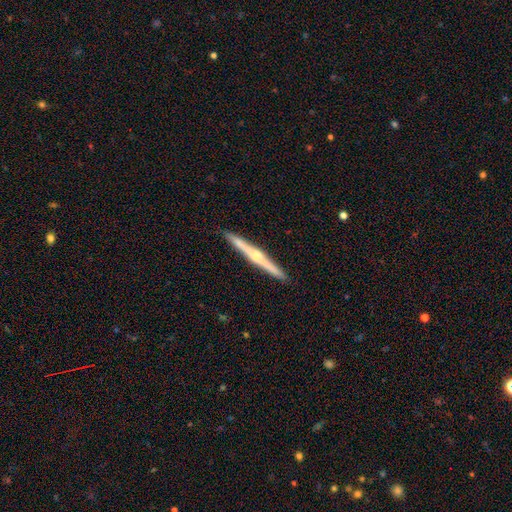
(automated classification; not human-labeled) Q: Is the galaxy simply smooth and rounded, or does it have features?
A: featured or disk — 77%.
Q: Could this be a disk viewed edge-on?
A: yes — 98%.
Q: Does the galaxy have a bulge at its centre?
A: rounded — 85%.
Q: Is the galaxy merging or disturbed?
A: none — 92%.